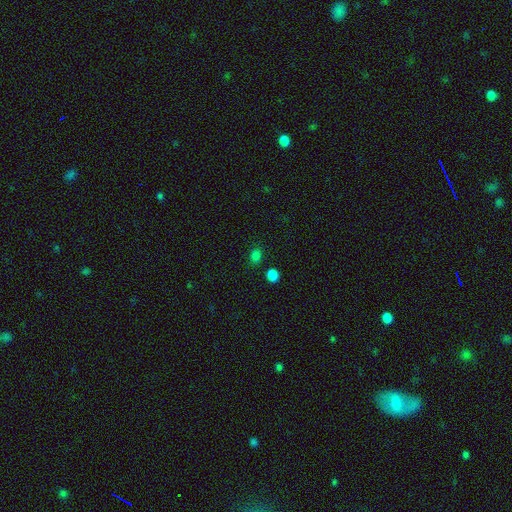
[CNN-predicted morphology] A smooth galaxy with no disk features (79%) that is in between round and cigar-shaped (50%).

Vote fractions:
- Smooth or featured? smooth: 79% / star or artifact: 17% / featured or disk: 4%
- How rounded? in between: 50% / round: 49% / cigar-shaped: 1%
- Merging? none: 79% / minor disturbance: 11% / merger: 7% / major disturbance: 3%